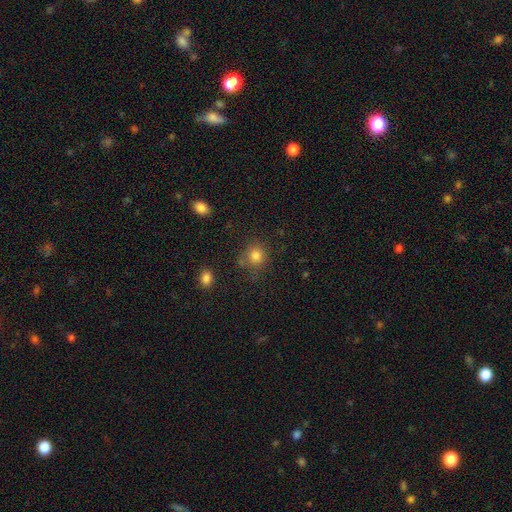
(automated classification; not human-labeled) A smooth galaxy with no disk features (82%) that is round (88%).

Vote fractions:
- Smooth or featured? smooth: 82% / star or artifact: 12% / featured or disk: 6%
- How rounded? round: 88% / in between: 11% / cigar-shaped: 1%
- Merging? none: 73% / minor disturbance: 13% / merger: 9% / major disturbance: 5%